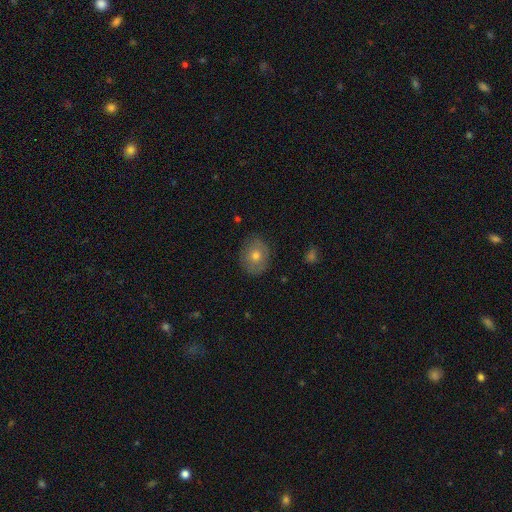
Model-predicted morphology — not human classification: Smooth or featured?
  - smooth: 67% *
  - featured or disk: 23%
  - star or artifact: 9%
How rounded?
  - round: 62% *
  - in between: 37%
  - cigar-shaped: 1%
Merging?
  - none: 83% *
  - minor disturbance: 13%
  - major disturbance: 3%
  - merger: 1%